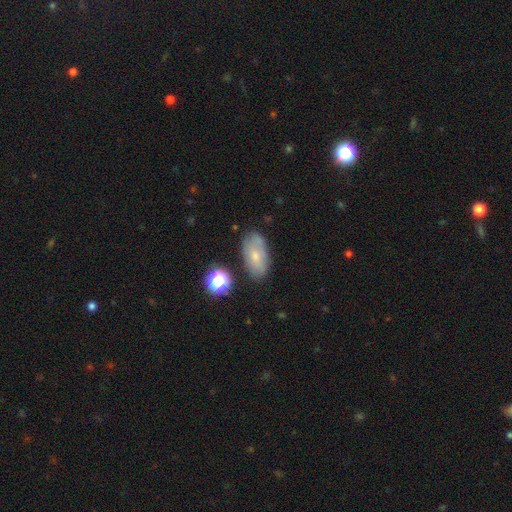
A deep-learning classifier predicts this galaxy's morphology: Smooth or featured? Predicted: smooth (p=0.60). How rounded? Predicted: in between (p=0.90). Merging? Predicted: none (p=0.70).